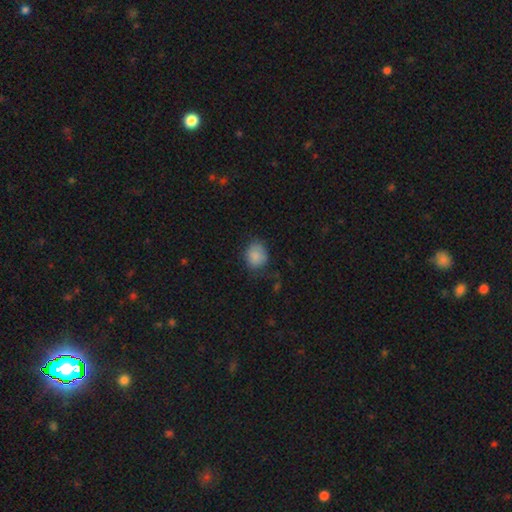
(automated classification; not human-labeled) smooth 85%, star or artifact 8%, featured or disk 6%. Down the decision tree: how rounded — round (58%); merging — none (66%).